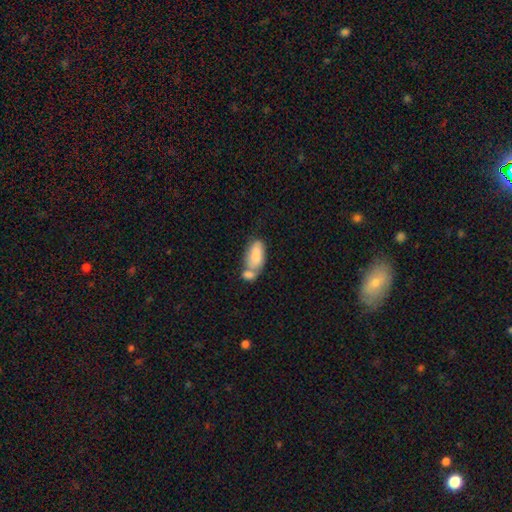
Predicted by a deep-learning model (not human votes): This appears to be a smooth galaxy with no disk features (79%) that is in between round and cigar-shaped (92%). Merging: merger (57%).